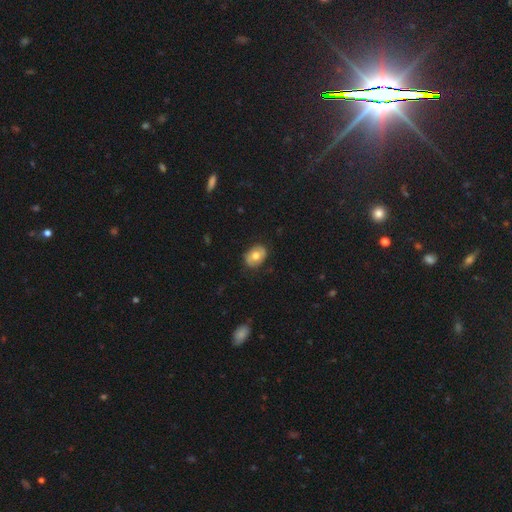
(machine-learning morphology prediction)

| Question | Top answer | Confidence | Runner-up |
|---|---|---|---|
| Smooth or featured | smooth | 64% | featured or disk (29%) |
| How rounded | in between | 70% | round (29%) |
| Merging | none | 83% | minor disturbance (13%) |